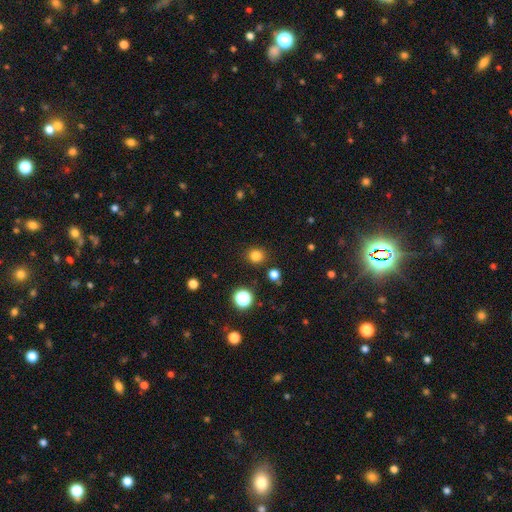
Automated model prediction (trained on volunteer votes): A smooth galaxy with no disk features (81%) that is round (85%). Merging: none (87%).